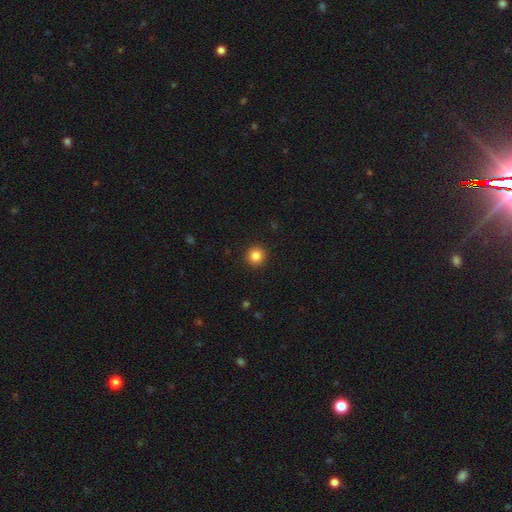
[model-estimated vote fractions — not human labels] The model was most divided on "smooth or featured": smooth: 85%, star or artifact: 11%, featured or disk: 5%. More confident: how rounded — round (94%); merging — none (93%).